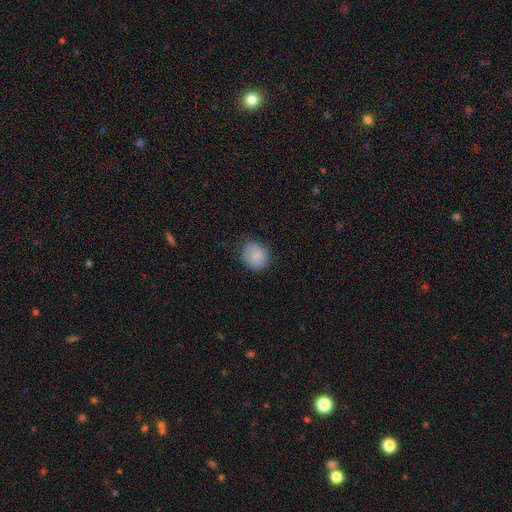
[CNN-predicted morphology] Smooth or featured?
  - smooth: 84% *
  - featured or disk: 8%
  - star or artifact: 8%
How rounded?
  - round: 69% *
  - in between: 30%
  - cigar-shaped: 1%
Merging?
  - none: 80% *
  - minor disturbance: 15%
  - major disturbance: 4%
  - merger: 1%